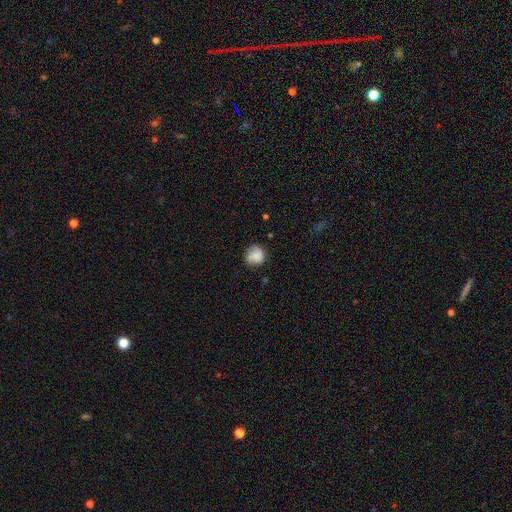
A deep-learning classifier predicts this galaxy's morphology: Smooth or featured?
  - smooth: 66% *
  - featured or disk: 25%
  - star or artifact: 9%
How rounded?
  - round: 81% *
  - in between: 18%
  - cigar-shaped: 1%
Merging?
  - none: 66% *
  - minor disturbance: 23%
  - major disturbance: 8%
  - merger: 3%